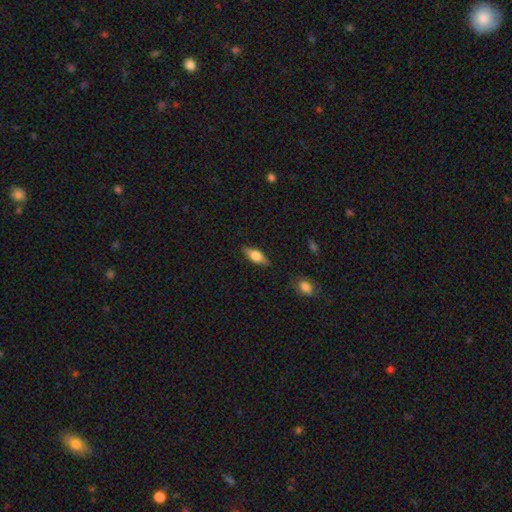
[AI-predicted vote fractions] Overall: smooth (59%; featured or disk 35%). How rounded: in between (69%). Merging: none (85%).